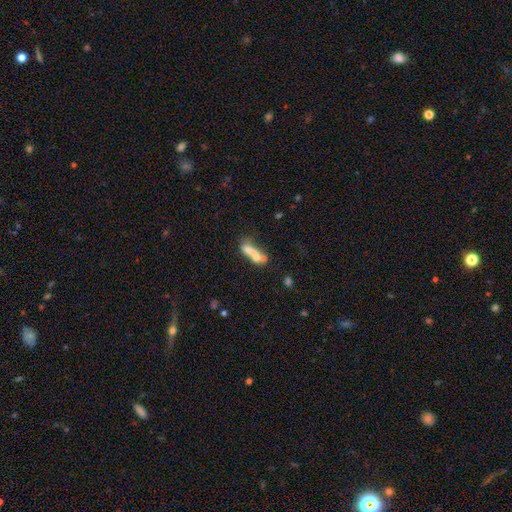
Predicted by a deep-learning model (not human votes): A smooth galaxy with no disk features (60%) that is cigar-shaped (58%).

Vote fractions:
- Smooth or featured? smooth: 60% / featured or disk: 29% / star or artifact: 11%
- How rounded? cigar-shaped: 58% / in between: 38% / round: 4%
- Merging? merger: 40% / none: 32% / minor disturbance: 16% / major disturbance: 12%